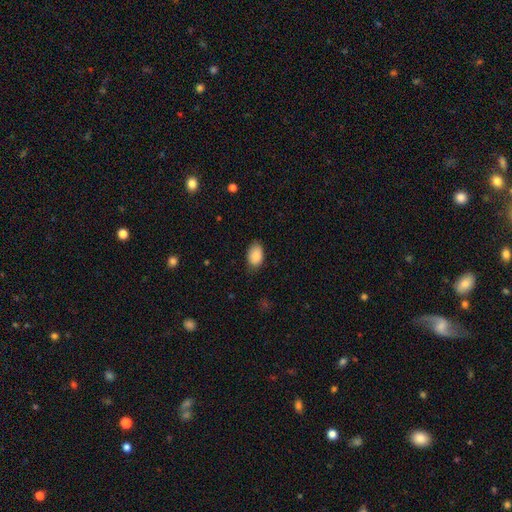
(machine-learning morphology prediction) smooth-or-featured: smooth: 89% | star or artifact: 7% | featured or disk: 5%
  how-rounded: in between: 89% | round: 10% | cigar-shaped: 1%
  merging: none: 79% | minor disturbance: 17% | major disturbance: 3% | merger: 1%